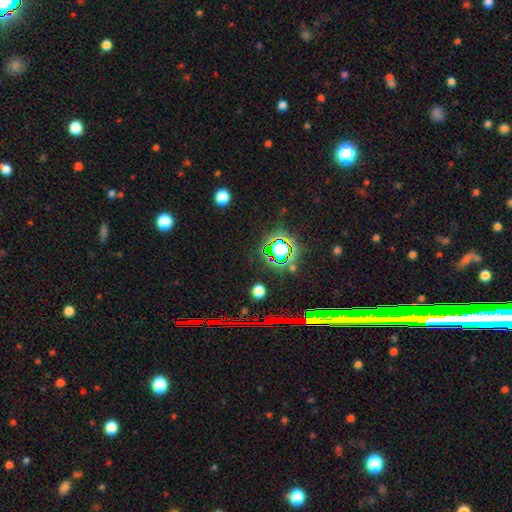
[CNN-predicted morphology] Smooth or featured: star or artifact — 78% (smooth — 13%)